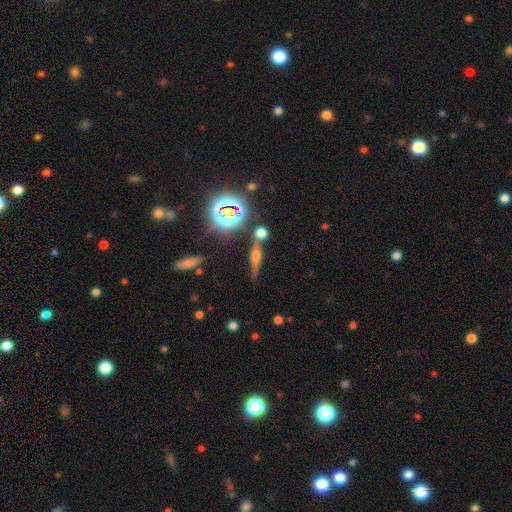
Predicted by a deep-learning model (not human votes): Overall: featured or disk (48%; smooth 27%). Merging: none (75%).